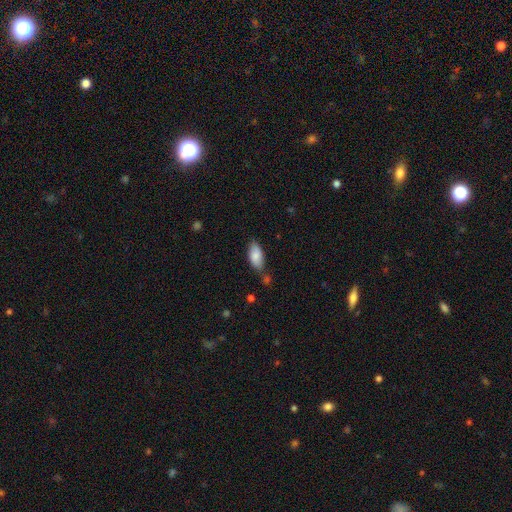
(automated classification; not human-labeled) Q: Smooth or featured?
A: smooth (83%); runner-up: featured or disk (11%)
Q: How rounded?
A: in between (89%); runner-up: cigar-shaped (9%)
Q: Merging?
A: none (66%); runner-up: minor disturbance (21%)